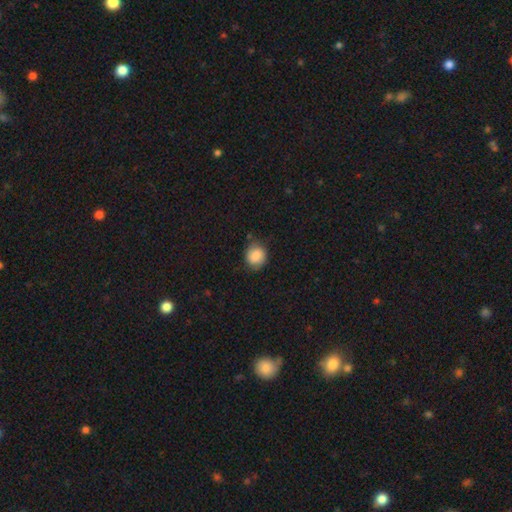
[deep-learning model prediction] Smooth or featured? Predicted: smooth (p=0.78). How rounded? Predicted: round (p=0.68). Merging? Predicted: none (p=0.72).